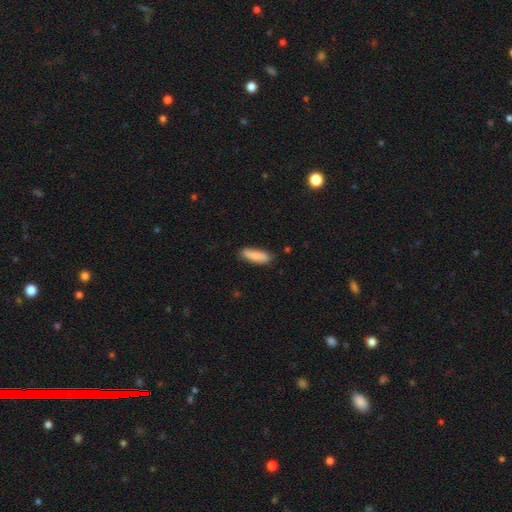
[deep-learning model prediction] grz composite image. It shows a smooth galaxy with no disk features (86%) that is in between round and cigar-shaped (50%). Merging: none (79%).